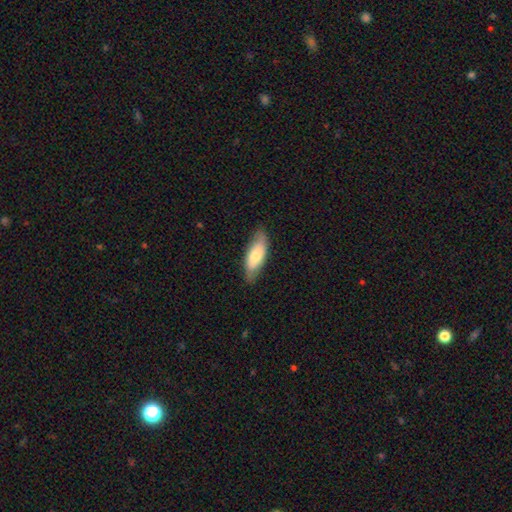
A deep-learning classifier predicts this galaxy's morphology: smooth 70%, featured or disk 24%, star or artifact 6%. Down the decision tree: how rounded — in between (71%); merging — none (79%).